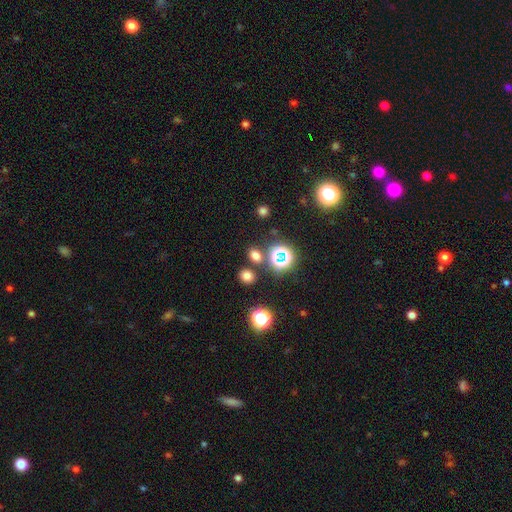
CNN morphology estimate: This is likely a smooth galaxy (65%). How rounded: possibly round (51%). Merging: likely none (79%).